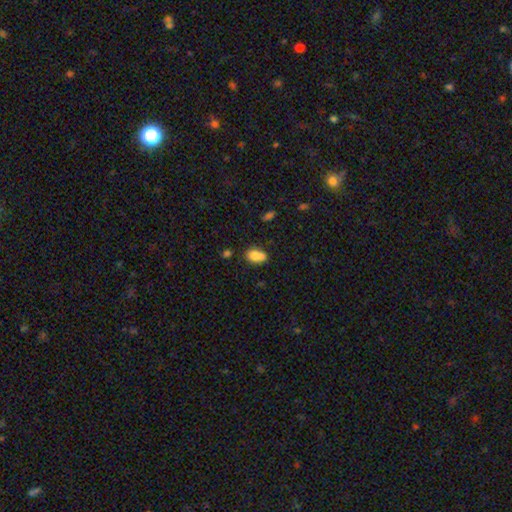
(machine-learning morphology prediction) Smooth or featured? smooth (76%)
How rounded? in between (75%)
Merging? none (39%)